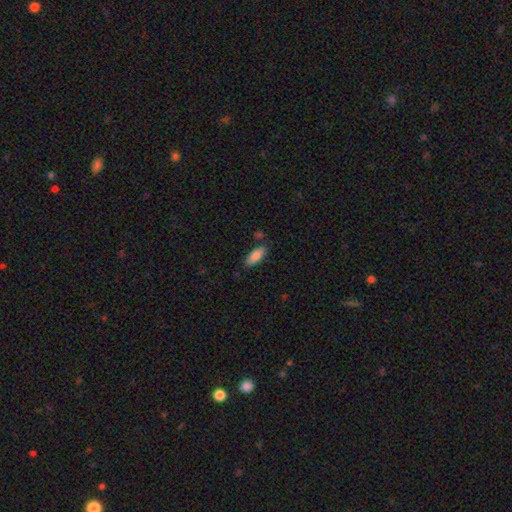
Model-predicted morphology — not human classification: smooth-or-featured: smooth: 85% | featured or disk: 9% | star or artifact: 6%
  how-rounded: in between: 78% | cigar-shaped: 20% | round: 2%
  merging: none: 78% | minor disturbance: 15% | merger: 4% | major disturbance: 3%